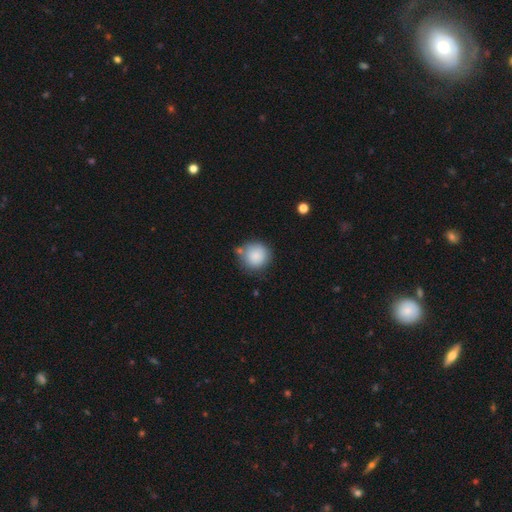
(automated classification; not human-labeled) Smooth or featured?
  - smooth: 86% *
  - star or artifact: 7%
  - featured or disk: 7%
How rounded?
  - round: 92% *
  - in between: 7%
  - cigar-shaped: 1%
Merging?
  - none: 71% *
  - minor disturbance: 16%
  - merger: 9%
  - major disturbance: 5%